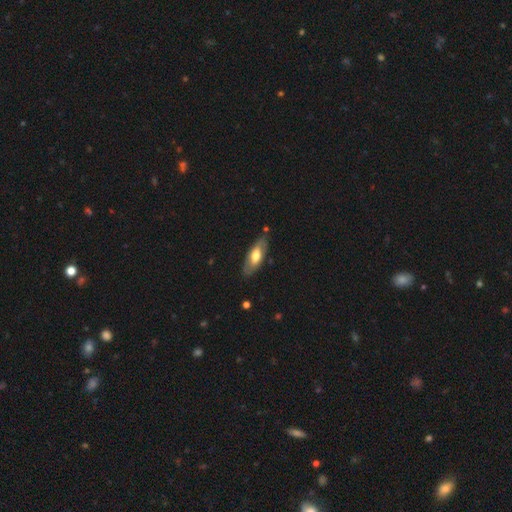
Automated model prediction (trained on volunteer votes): A smooth galaxy with no disk features (52%) that is in between round and cigar-shaped (77%).

Vote fractions:
- Smooth or featured? smooth: 52% / featured or disk: 43% / star or artifact: 5%
- How rounded? in between: 77% / cigar-shaped: 21% / round: 2%
- Merging? none: 82% / minor disturbance: 13% / major disturbance: 3% / merger: 2%